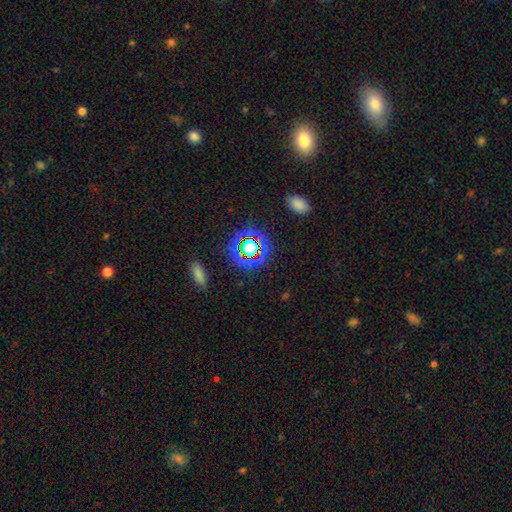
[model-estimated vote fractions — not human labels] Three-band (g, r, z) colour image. It shows a star or artifact, not a galaxy (66%).